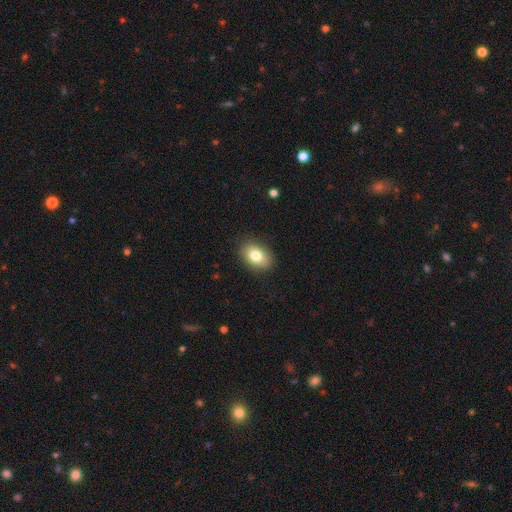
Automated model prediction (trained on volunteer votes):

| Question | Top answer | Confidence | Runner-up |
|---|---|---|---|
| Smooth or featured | smooth | 80% | featured or disk (11%) |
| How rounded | in between | 81% | round (18%) |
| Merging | none | 88% | minor disturbance (9%) |